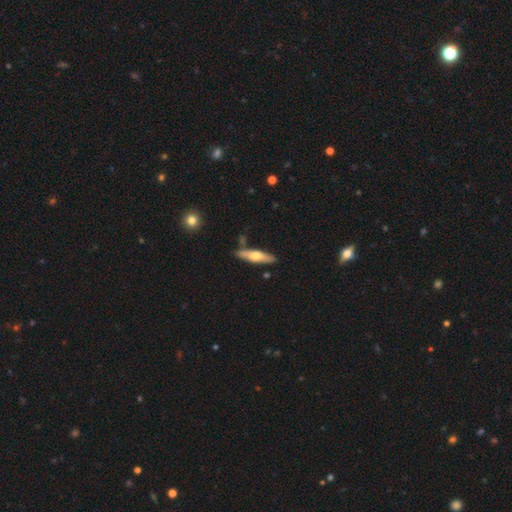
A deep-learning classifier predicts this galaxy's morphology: type=featured or disk (48%); merging=none (81%).